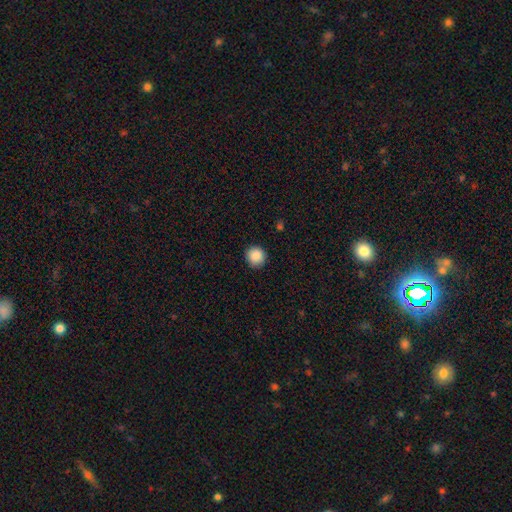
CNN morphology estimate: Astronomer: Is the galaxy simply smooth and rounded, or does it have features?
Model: smooth — 88%.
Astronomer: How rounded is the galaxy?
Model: round — 94%.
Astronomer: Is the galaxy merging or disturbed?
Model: none — 89%.